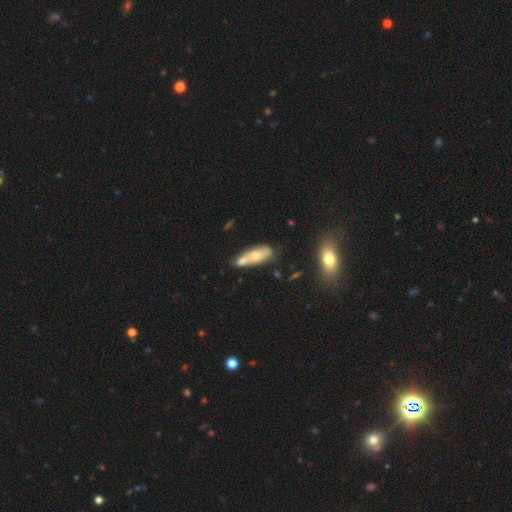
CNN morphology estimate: smooth 57%, featured or disk 36%, star or artifact 8%. Down the decision tree: how rounded — in between (70%); merging — merger (43%).